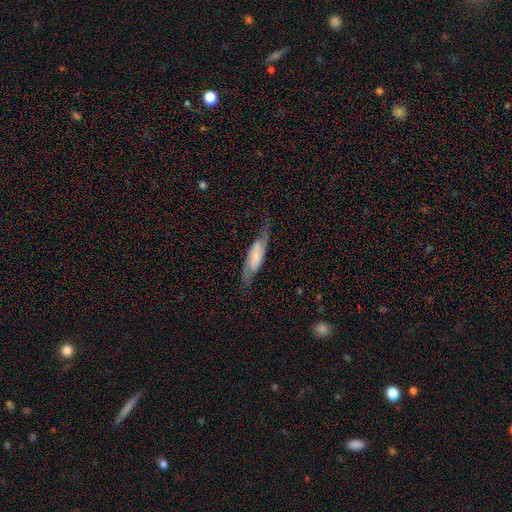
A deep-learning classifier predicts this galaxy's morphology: This is likely a featured or disk galaxy (65%). It is likely not viewed edge-on (75%). Merging: likely none (66%).